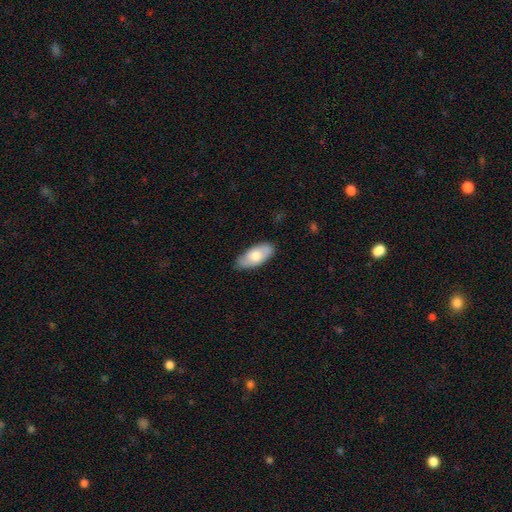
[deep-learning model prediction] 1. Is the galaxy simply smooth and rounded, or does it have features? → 69% smooth, 25% featured or disk, 6% star or artifact.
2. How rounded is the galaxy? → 90% in between, 7% cigar-shaped, 2% round.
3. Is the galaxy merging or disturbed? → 81% none, 16% minor disturbance, 2% major disturbance, 1% merger.